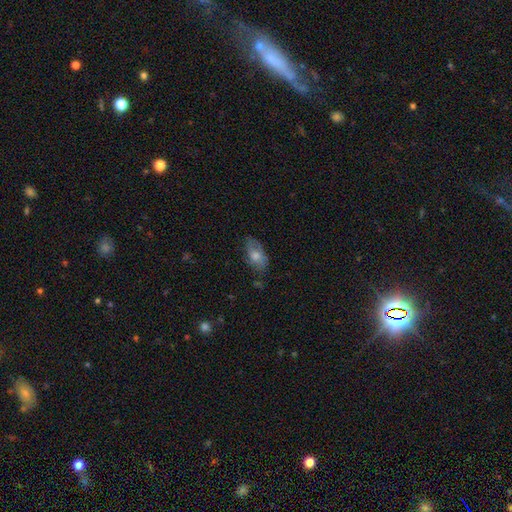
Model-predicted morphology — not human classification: A smooth galaxy with no disk features (54%) that is in between round and cigar-shaped (88%). Merging: none (67%).